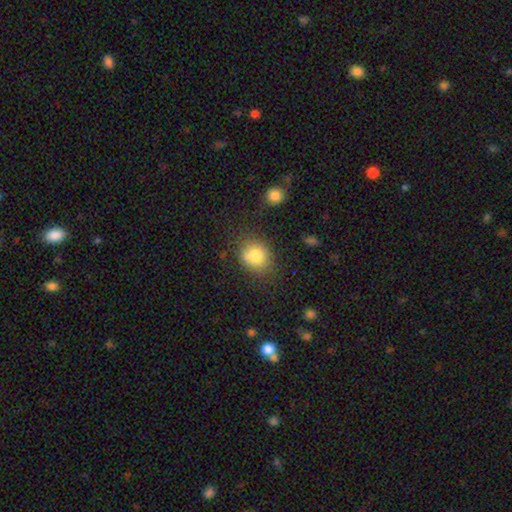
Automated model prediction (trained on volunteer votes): Smooth or featured? smooth (80%)
How rounded? round (70%)
Merging? none (70%)